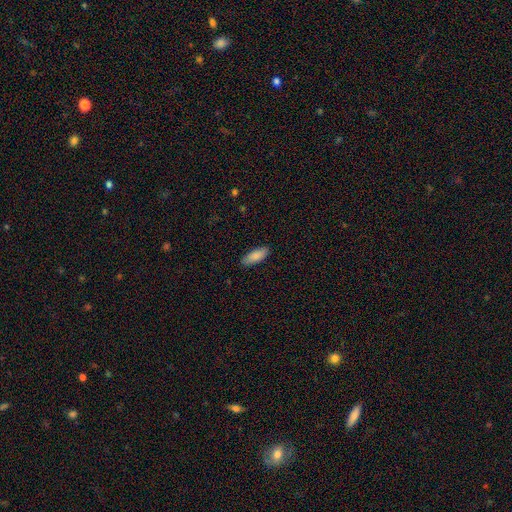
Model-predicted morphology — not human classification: smooth-or-featured: smooth: 87% | featured or disk: 7% | star or artifact: 6%
  how-rounded: in between: 75% | cigar-shaped: 24% | round: 2%
  merging: none: 88% | minor disturbance: 9% | major disturbance: 2% | merger: 1%